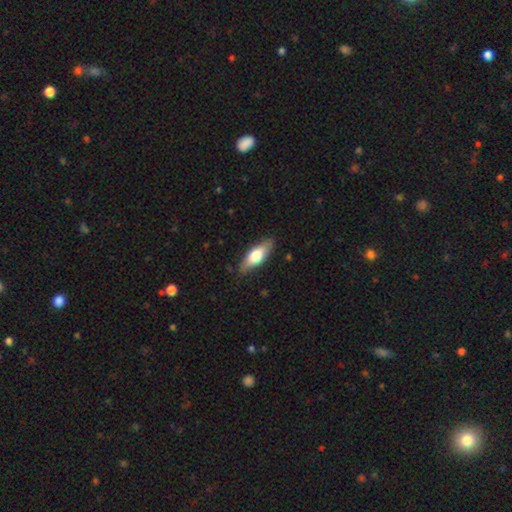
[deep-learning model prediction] This is likely a smooth galaxy (61%). How rounded: likely in between (63%). Merging: clearly none (85%).